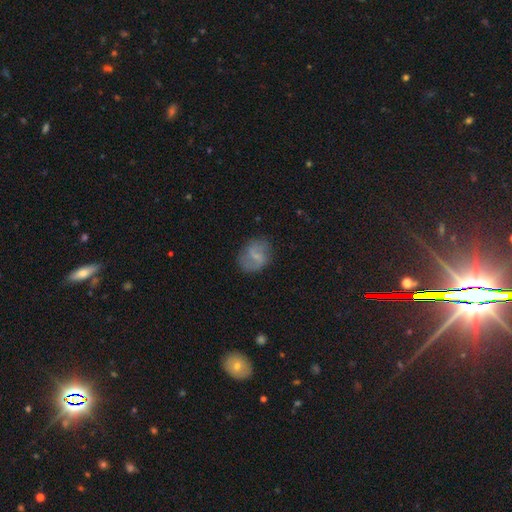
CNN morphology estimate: Smooth or featured?
  - featured or disk: 52% *
  - smooth: 40%
  - star or artifact: 8%
Edge-on disk?
  - no: 97% *
  - yes: 3%
Bar?
  - weak: 54% *
  - no: 26%
  - strong: 20%
Spiral arms?
  - yes: 77% *
  - no: 23%
Bulge size?
  - small: 57% *
  - none: 23%
  - moderate: 18%
  - large: 1%
  - dominant: 1%
Merging?
  - none: 74% *
  - minor disturbance: 18%
  - major disturbance: 7%
  - merger: 2%